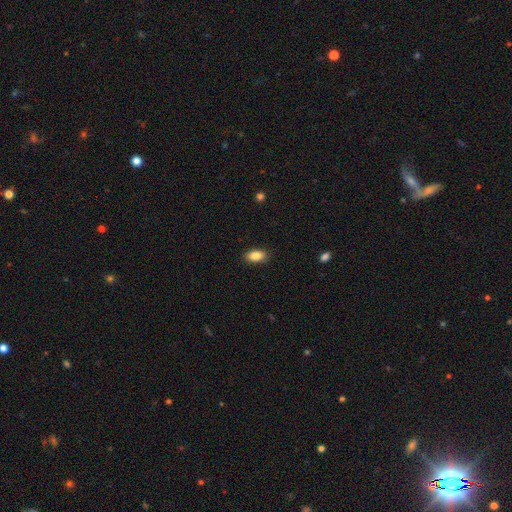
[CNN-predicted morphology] This appears to be a smooth galaxy with no disk features (86%) that is in between round and cigar-shaped (90%). Merging: none (88%).